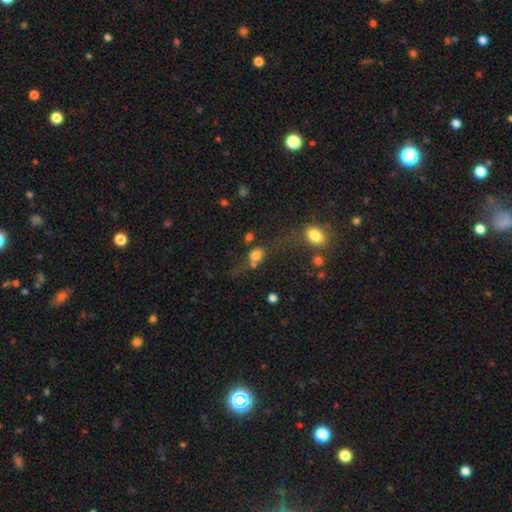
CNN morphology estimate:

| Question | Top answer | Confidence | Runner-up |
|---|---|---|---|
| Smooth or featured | smooth | 75% | star or artifact (14%) |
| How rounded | round | 57% | in between (40%) |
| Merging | none | 48% | merger (23%) |